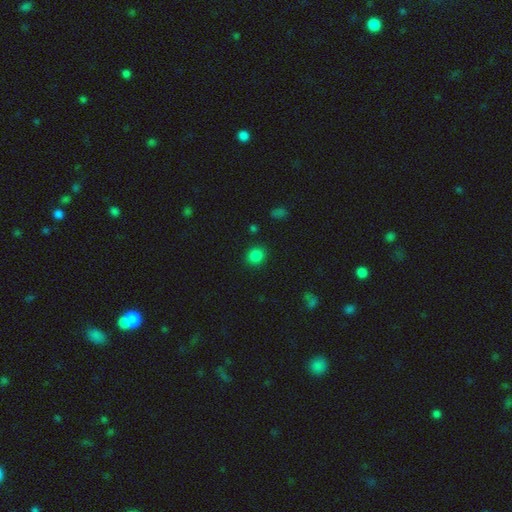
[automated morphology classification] smooth 84%, star or artifact 13%, featured or disk 4%. Down the decision tree: how rounded — round (81%); merging — none (89%).